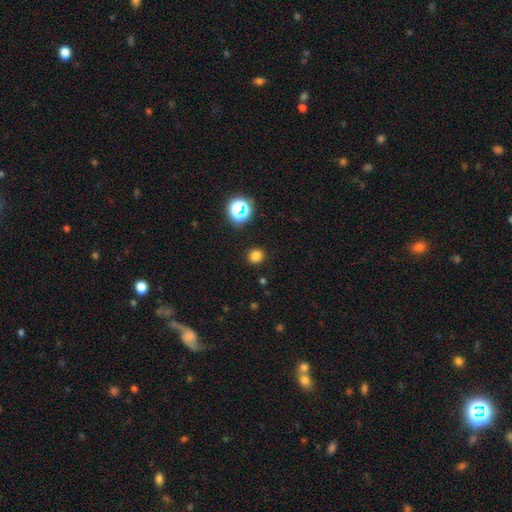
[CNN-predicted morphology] type=smooth (78%); roundness=round (88%); merging=none (90%).